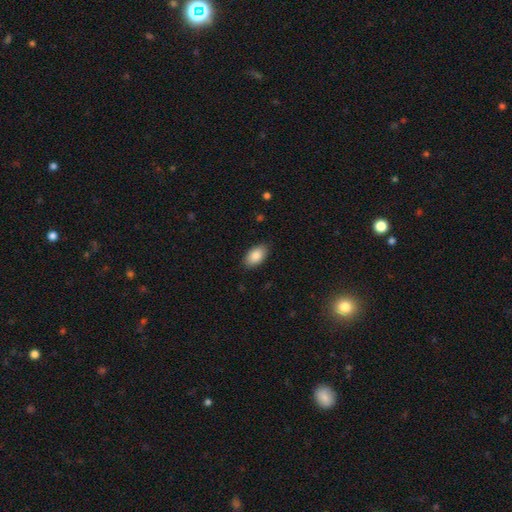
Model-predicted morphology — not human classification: A smooth galaxy with no disk features (87%) that is in between round and cigar-shaped (94%). Merging: none (85%).